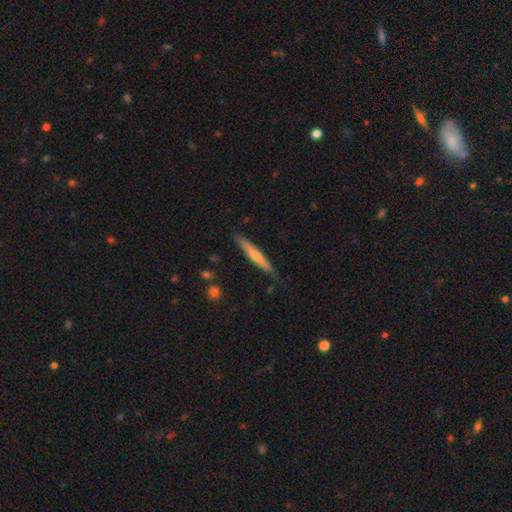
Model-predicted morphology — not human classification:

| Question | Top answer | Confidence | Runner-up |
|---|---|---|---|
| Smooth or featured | smooth | 54% | featured or disk (40%) |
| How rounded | cigar-shaped | 94% | in between (5%) |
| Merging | none | 79% | minor disturbance (16%) |